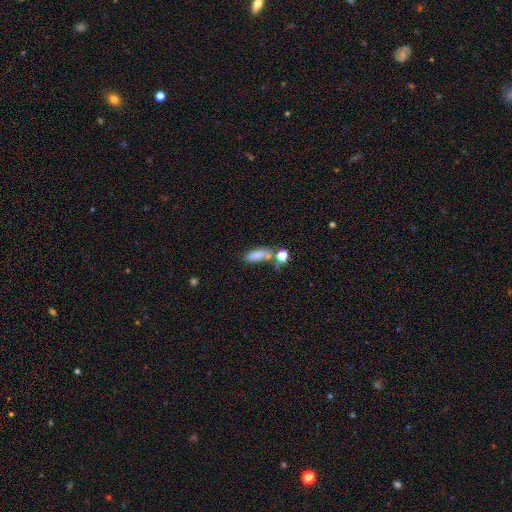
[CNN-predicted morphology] The model was most divided on "how rounded": in between: 58%, cigar-shaped: 36%, round: 5%. Remaining: smooth or featured — smooth (78%); merging — none (49%).